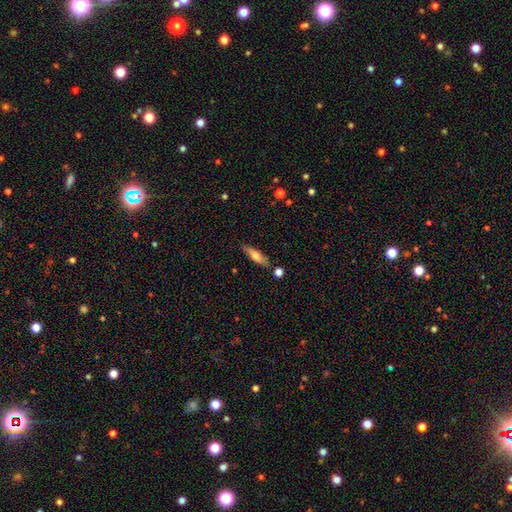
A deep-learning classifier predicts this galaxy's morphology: Overall: smooth (61%; featured or disk 33%). How rounded: cigar-shaped (64%; in between 34%). Merging: none (81%).